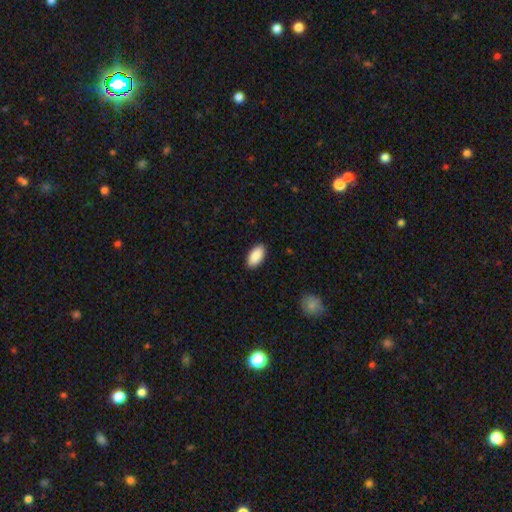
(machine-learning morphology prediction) Q: Smooth or featured?
A: smooth (90%); runner-up: star or artifact (6%)
Q: How rounded?
A: in between (94%); runner-up: cigar-shaped (4%)
Q: Merging?
A: none (90%); runner-up: minor disturbance (8%)